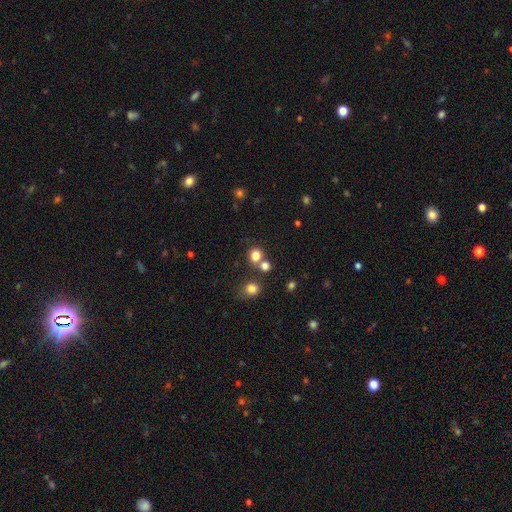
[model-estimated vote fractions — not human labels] Smooth or featured? smooth (78%)
How rounded? round (81%)
Merging? none (63%)